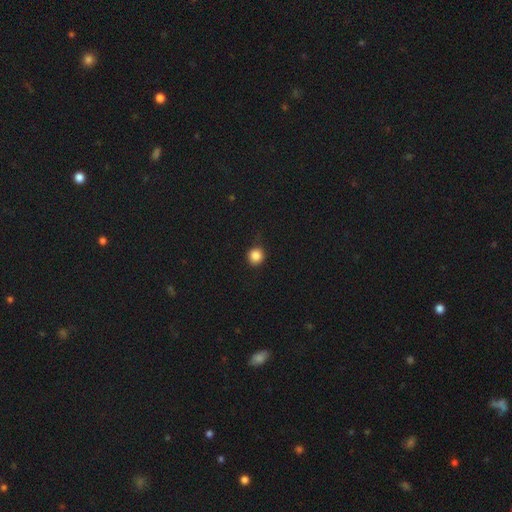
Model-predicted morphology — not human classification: smooth 85%, star or artifact 11%, featured or disk 4%. Down the decision tree: how rounded — round (89%); merging — none (82%).